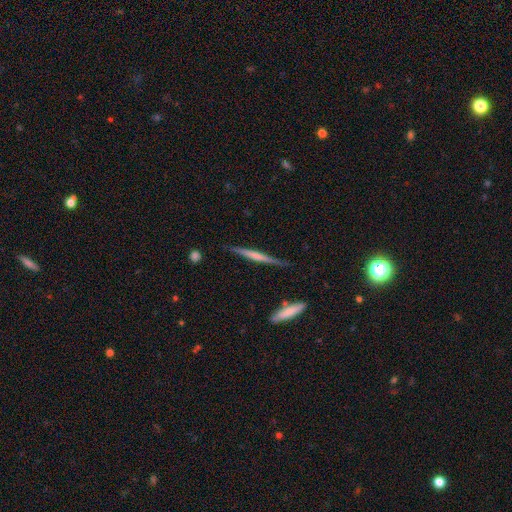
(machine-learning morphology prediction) Smooth or featured: featured or disk — 60% (smooth — 35%)
Edge-on disk: yes — 97% (no — 3%)
Edge-on bulge: none — 52% (rounded — 27%)
Merging: none — 82% (minor disturbance — 13%)